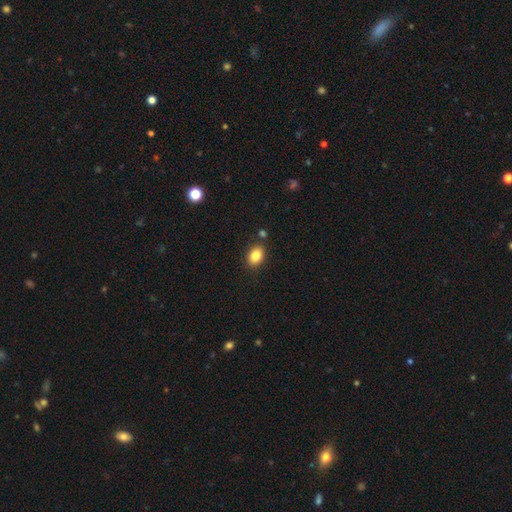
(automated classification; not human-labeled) The model was most divided on "how rounded": in between: 73%, round: 26%, cigar-shaped: 1%. More confident: smooth or featured — smooth (85%); merging — none (82%).